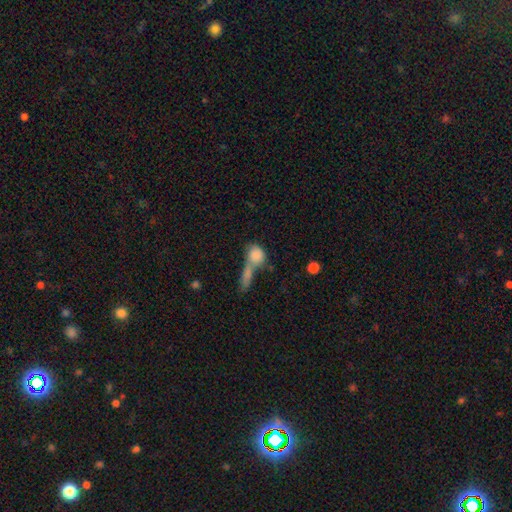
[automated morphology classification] This is clearly a smooth galaxy (81%). How rounded: possibly round (57%). Merging: possibly merger (56%).